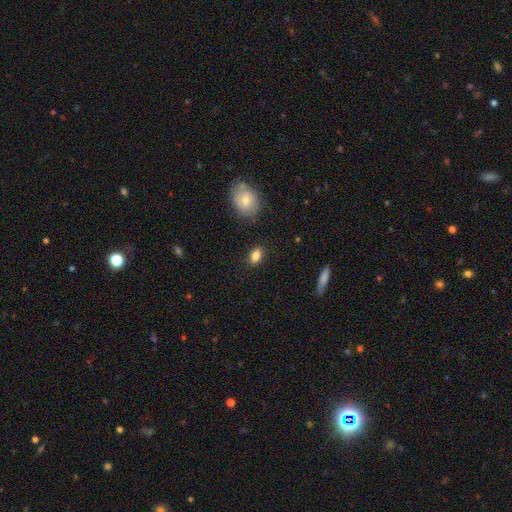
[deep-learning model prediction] Smooth or featured? Predicted: smooth (p=0.84). How rounded? Predicted: in between (p=0.84). Merging? Predicted: none (p=0.85).